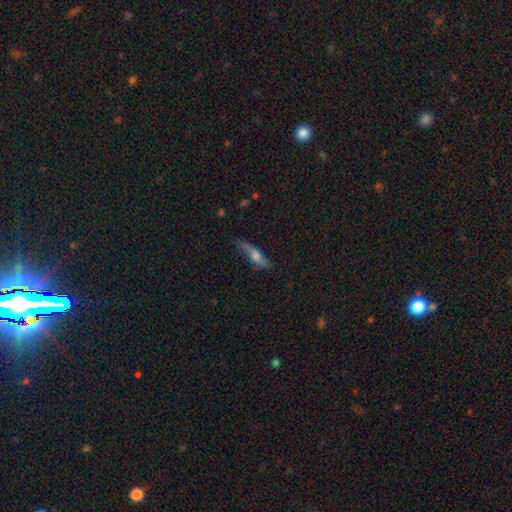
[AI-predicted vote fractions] Smooth or featured? Predicted: featured or disk (p=0.54). Edge-on disk? Predicted: yes (p=0.73). Merging? Predicted: none (p=0.67).